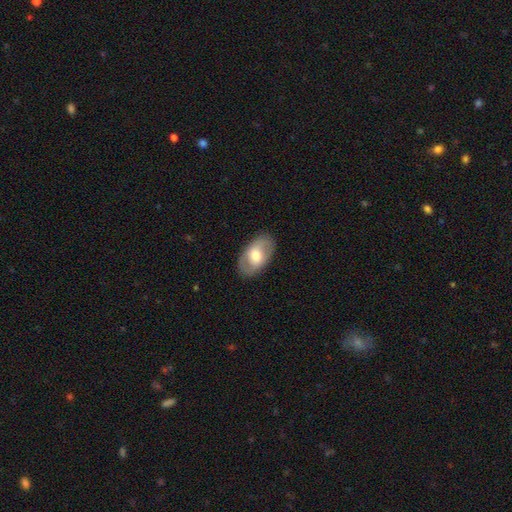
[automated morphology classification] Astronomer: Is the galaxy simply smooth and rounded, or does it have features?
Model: smooth — 53% (runner-up: featured or disk, 41%).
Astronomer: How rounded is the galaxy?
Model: in between — 91%.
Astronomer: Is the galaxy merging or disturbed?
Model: none — 85%.